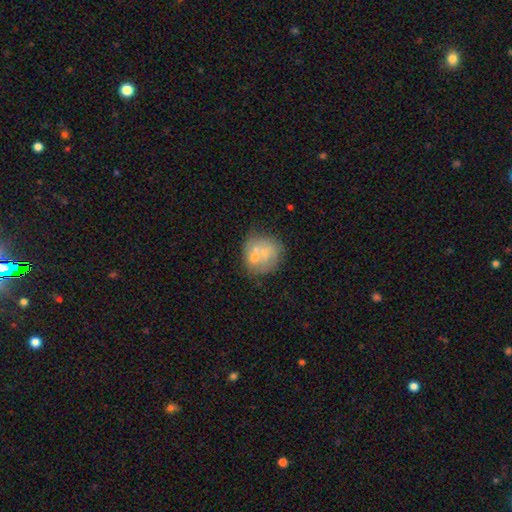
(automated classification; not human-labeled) The model was most divided on "smooth or featured": smooth: 49%, featured or disk: 40%, star or artifact: 11%. Remaining: merging — none (46%).